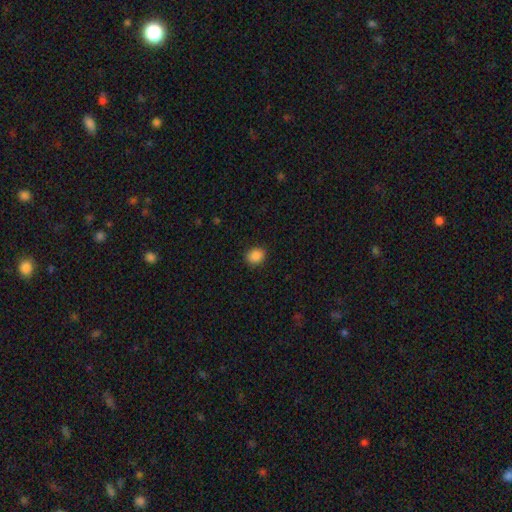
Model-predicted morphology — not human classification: Smooth or featured: smooth — 87% (star or artifact — 10%)
How rounded: round — 59% (in between — 40%)
Merging: none — 88% (minor disturbance — 8%)